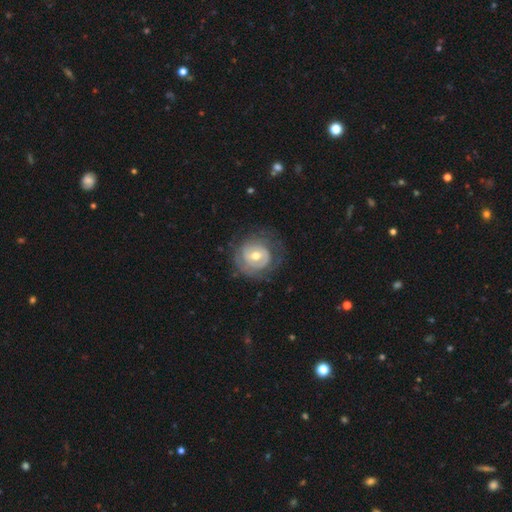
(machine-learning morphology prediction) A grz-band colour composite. It shows a featured or disk galaxy (70%) with no bar (56%), spiral arms (72%) and a moderate central bulge (74%). Merging: none (68%).